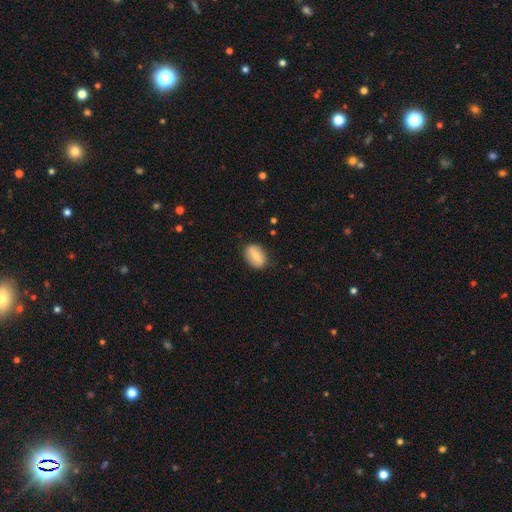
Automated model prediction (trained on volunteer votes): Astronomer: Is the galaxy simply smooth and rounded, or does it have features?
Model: smooth — 61%.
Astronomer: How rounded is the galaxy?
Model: in between — 81%.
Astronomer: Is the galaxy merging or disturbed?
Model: none — 84%.